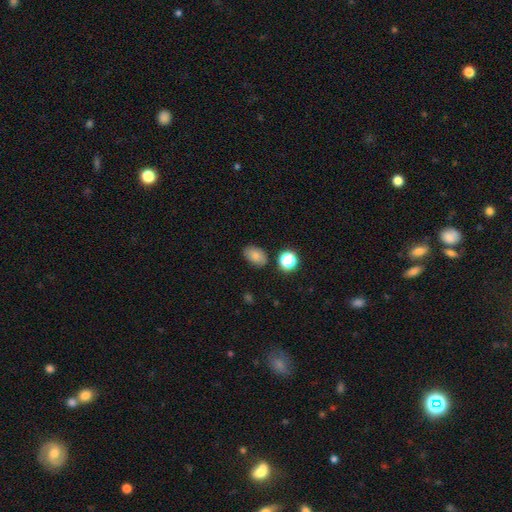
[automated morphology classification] type=smooth (79%); roundness=in between (81%); merging=none (80%).